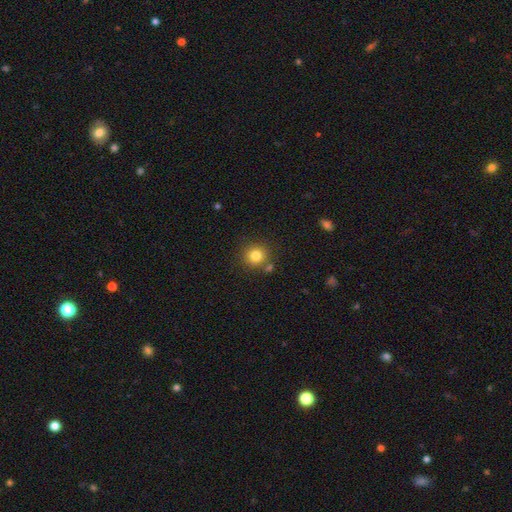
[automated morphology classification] Smooth or featured?
  - smooth: 82% *
  - star or artifact: 11%
  - featured or disk: 7%
How rounded?
  - round: 90% *
  - in between: 9%
  - cigar-shaped: 1%
Merging?
  - none: 77% *
  - merger: 10%
  - minor disturbance: 9%
  - major disturbance: 3%